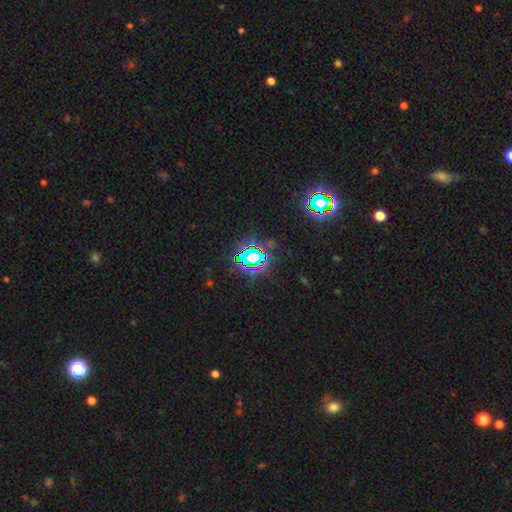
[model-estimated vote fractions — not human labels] Smooth or featured? Predicted: star or artifact (p=0.82).